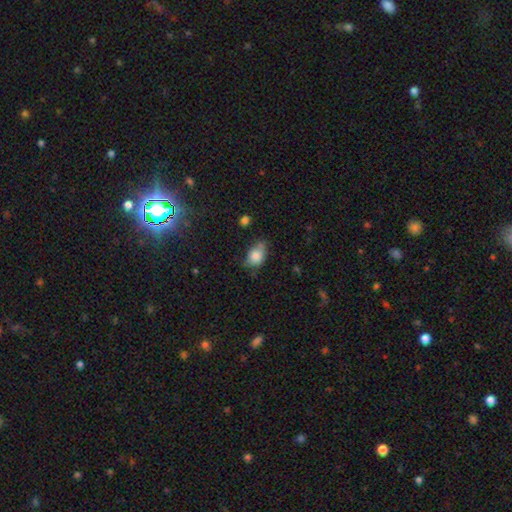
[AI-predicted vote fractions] A smooth galaxy with no disk features (80%) that is in between round and cigar-shaped (75%). Merging: none (45%).